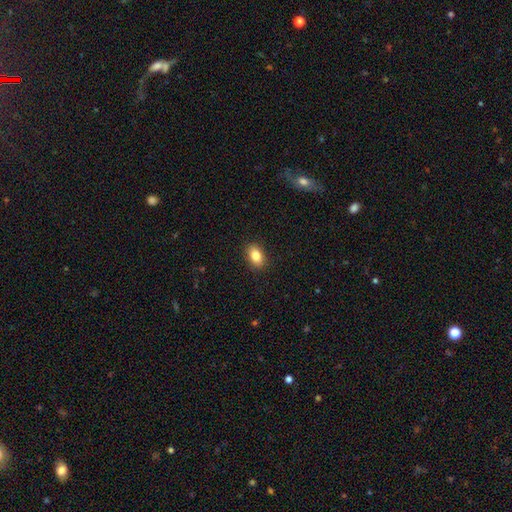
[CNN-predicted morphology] A smooth galaxy with no disk features (84%) that is in between round and cigar-shaped (83%).

Vote fractions:
- Smooth or featured? smooth: 84% / star or artifact: 8% / featured or disk: 8%
- How rounded? in between: 83% / round: 15% / cigar-shaped: 1%
- Merging? none: 89% / minor disturbance: 8% / major disturbance: 2% / merger: 1%